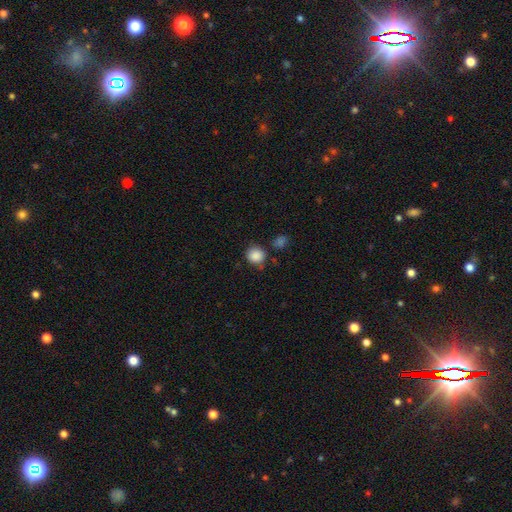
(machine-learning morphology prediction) Q: Smooth or featured?
A: smooth (87%); runner-up: star or artifact (9%)
Q: How rounded?
A: round (87%); runner-up: in between (12%)
Q: Merging?
A: none (76%); runner-up: minor disturbance (14%)